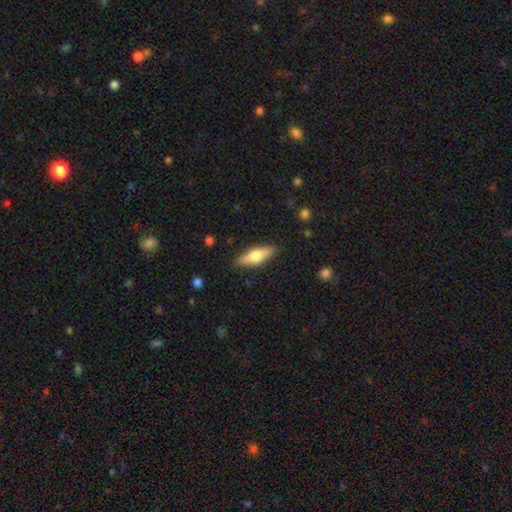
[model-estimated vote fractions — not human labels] Smooth or featured? Predicted: smooth (p=0.57). How rounded? Predicted: cigar-shaped (p=0.51). Merging? Predicted: none (p=0.87).